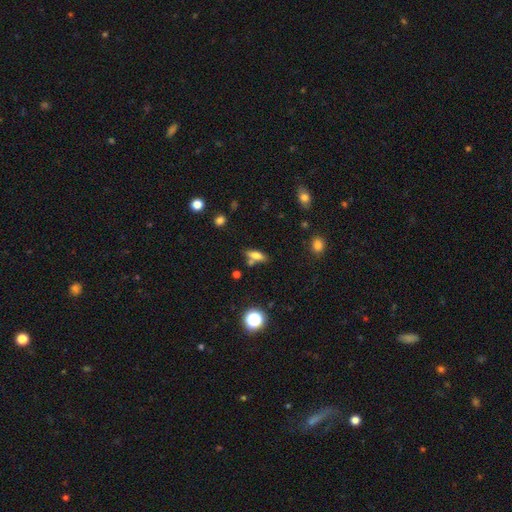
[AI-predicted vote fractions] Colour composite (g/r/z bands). It shows a smooth galaxy with no disk features (69%) that is in between round and cigar-shaped (63%). Merging: none (62%).